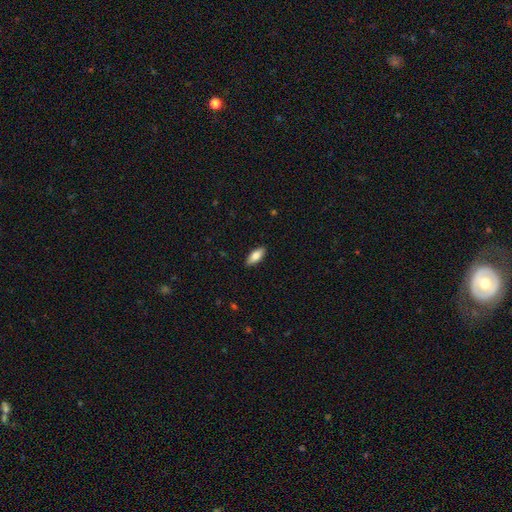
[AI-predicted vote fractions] smooth-or-featured: smooth: 77% | featured or disk: 17% | star or artifact: 6%
  how-rounded: in between: 76% | cigar-shaped: 22% | round: 2%
  merging: none: 90% | minor disturbance: 7% | major disturbance: 2% | merger: 1%